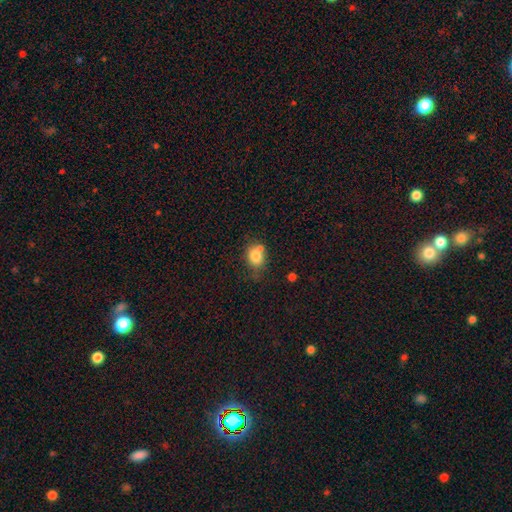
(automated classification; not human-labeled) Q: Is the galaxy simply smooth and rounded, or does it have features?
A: smooth — 80%.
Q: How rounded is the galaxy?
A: round — 56%.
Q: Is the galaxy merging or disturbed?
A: none — 50%.